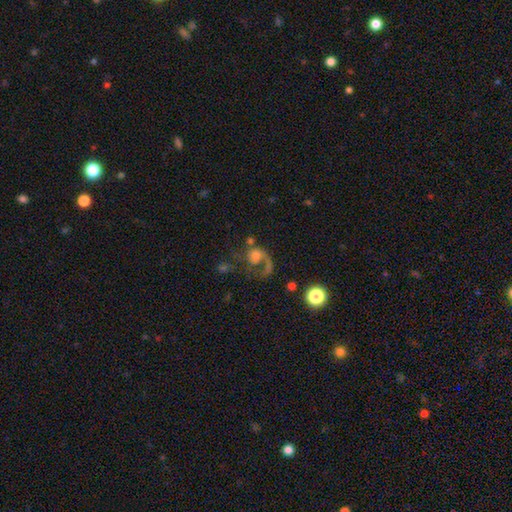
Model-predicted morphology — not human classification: type=featured or disk (54%); edge-on=no (97%); bar=no (79%); spiral arms=yes (74%); bulge=moderate (33%); merging=major disturbance (48%).